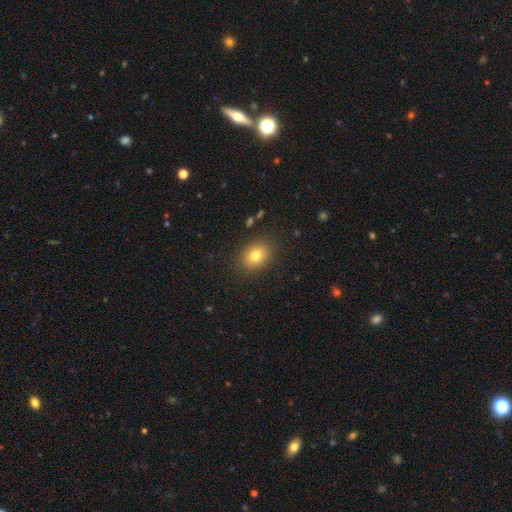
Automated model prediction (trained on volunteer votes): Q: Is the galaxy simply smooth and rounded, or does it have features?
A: smooth — 78%.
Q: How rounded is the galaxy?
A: in between — 53%.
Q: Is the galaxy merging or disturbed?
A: none — 87%.